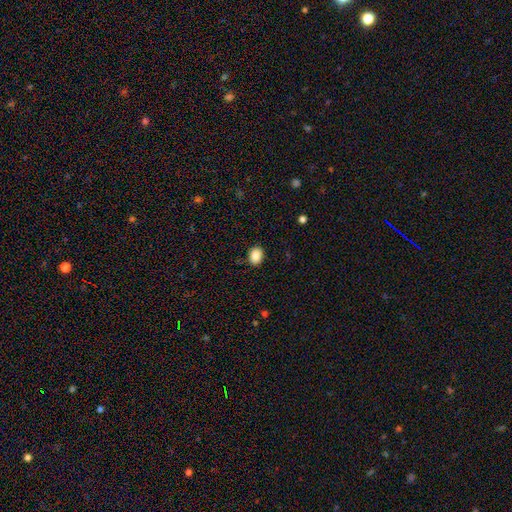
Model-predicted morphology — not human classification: Smooth or featured: smooth — 87% (star or artifact — 9%)
How rounded: in between — 59% (round — 40%)
Merging: none — 88% (minor disturbance — 9%)